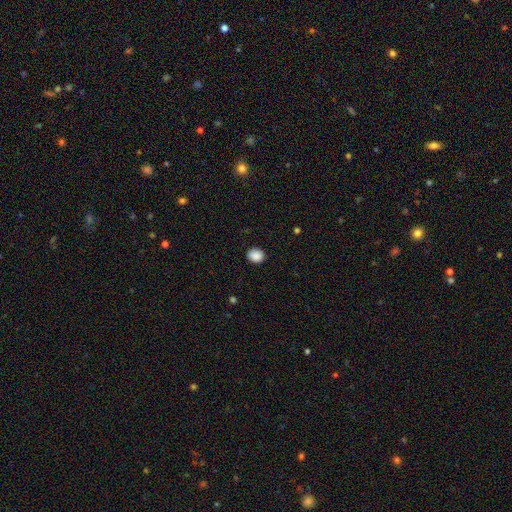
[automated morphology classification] smooth-or-featured: smooth: 89% | star or artifact: 9% | featured or disk: 3%
  how-rounded: round: 61% | in between: 39% | cigar-shaped: 1%
  merging: none: 90% | minor disturbance: 7% | major disturbance: 2% | merger: 1%